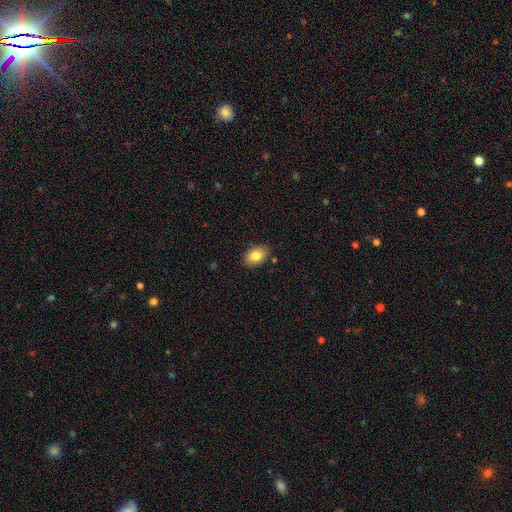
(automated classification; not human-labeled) smooth 84%, featured or disk 9%, star or artifact 8%. Down the decision tree: how rounded — in between (86%); merging — none (86%).